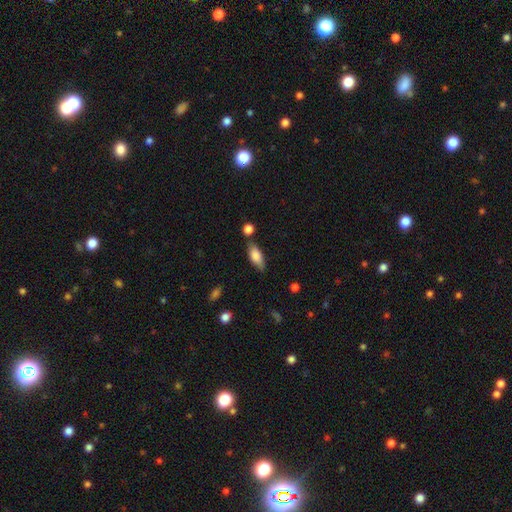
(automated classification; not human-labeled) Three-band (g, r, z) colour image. It shows a smooth galaxy with no disk features (77%) that is in between round and cigar-shaped (75%). Merging: none (71%).